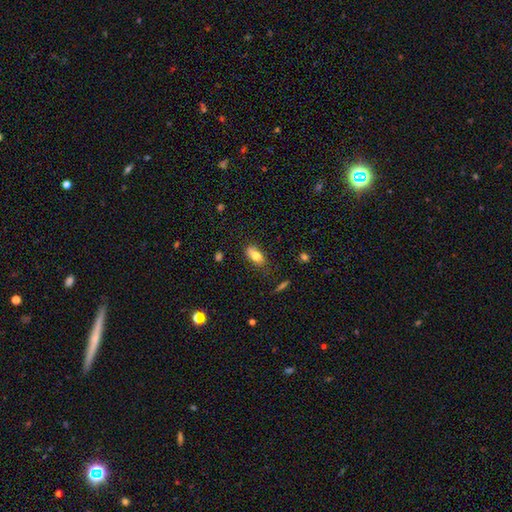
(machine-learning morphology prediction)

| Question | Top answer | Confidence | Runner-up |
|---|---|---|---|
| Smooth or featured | smooth | 78% | featured or disk (14%) |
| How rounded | in between | 86% | cigar-shaped (9%) |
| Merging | none | 75% | minor disturbance (19%) |